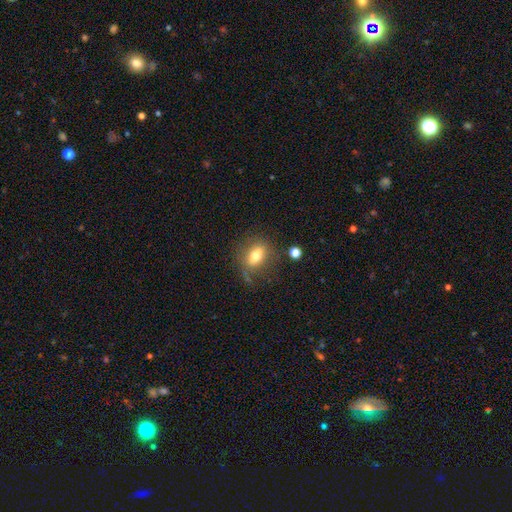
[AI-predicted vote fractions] This appears to be a smooth galaxy with no disk features (69%) that is in between round and cigar-shaped (68%). Merging: none (67%).